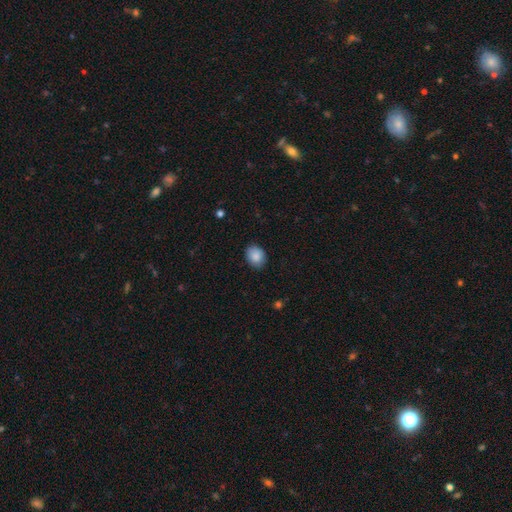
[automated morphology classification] smooth 87%, star or artifact 8%, featured or disk 5%. Down the decision tree: how rounded — in between (56%); merging — none (84%).